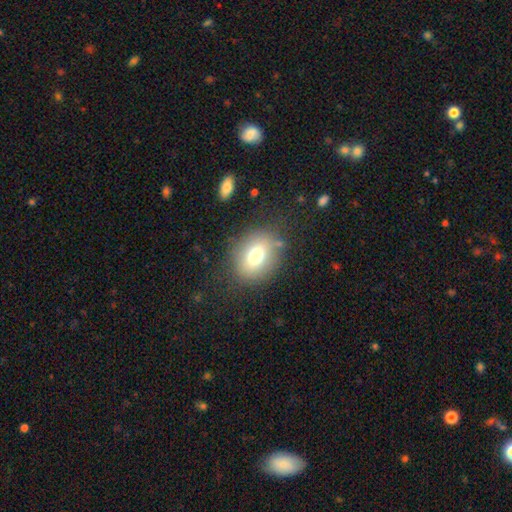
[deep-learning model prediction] Overall: smooth (73%). How rounded: in between (50%; round 49%). Merging: none (79%).